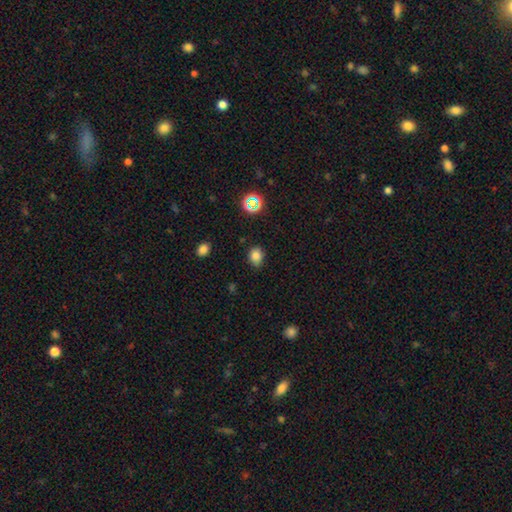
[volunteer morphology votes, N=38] smooth-or-featured: smooth: 84% | star or artifact: 11% | featured or disk: 5%
  how-rounded: round: 69% | in between: 31% | cigar-shaped: 0%
  merging: none: 71% | minor disturbance: 29% | major disturbance: 0% | merger: 0%